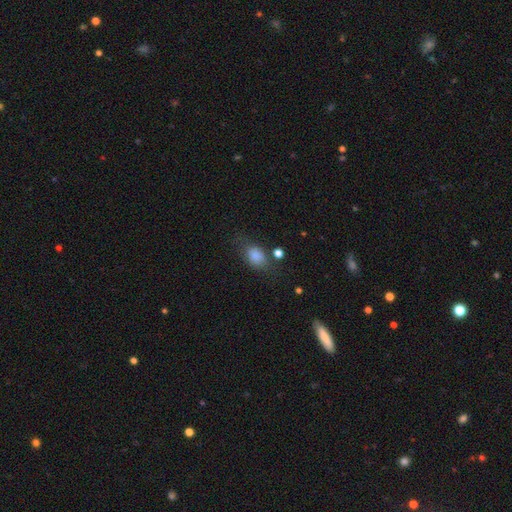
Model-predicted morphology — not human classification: This appears to be a smooth galaxy with no disk features (80%) that is in between round and cigar-shaped (76%). Merging: none (59%).